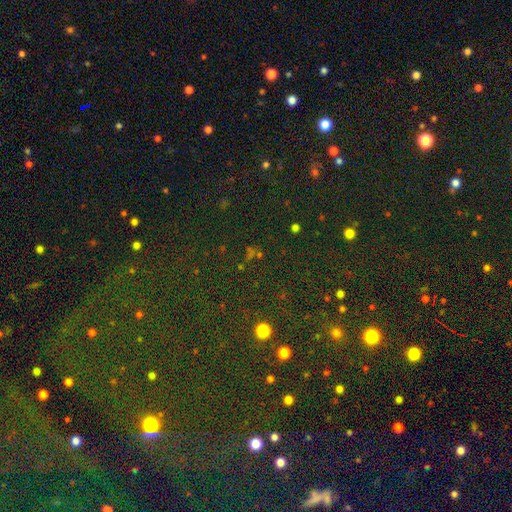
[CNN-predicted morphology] Smooth or featured?
  - star or artifact: 76% *
  - smooth: 16%
  - featured or disk: 8%